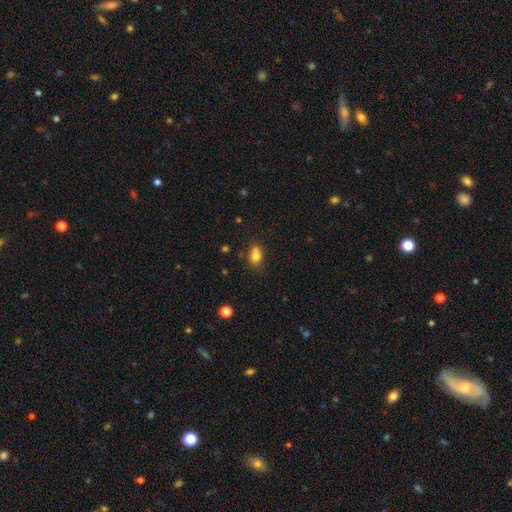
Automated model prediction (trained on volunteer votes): A smooth galaxy with no disk features (80%) that is in between round and cigar-shaped (78%). Merging: none (69%).